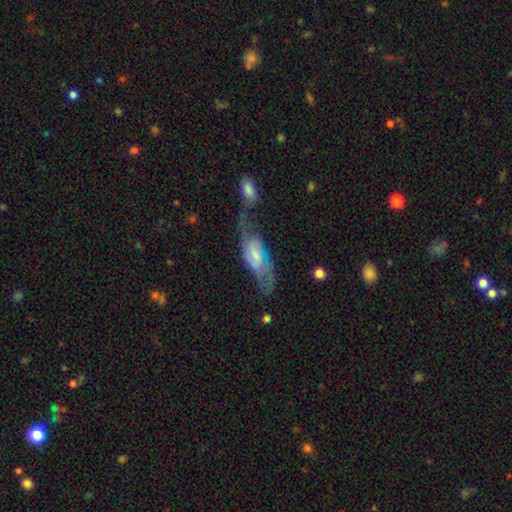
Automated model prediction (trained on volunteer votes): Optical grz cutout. It shows a featured or disk galaxy (59%). Merging: merger (29%).